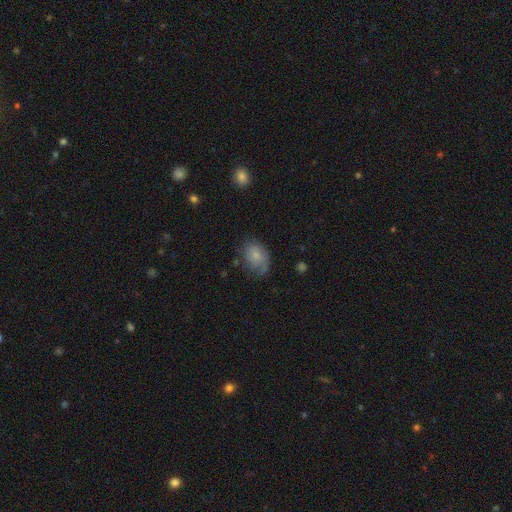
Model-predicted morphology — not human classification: smooth-or-featured: smooth: 69% | featured or disk: 23% | star or artifact: 8%
  how-rounded: in between: 71% | round: 27% | cigar-shaped: 1%
  merging: none: 53% | minor disturbance: 30% | major disturbance: 14% | merger: 3%